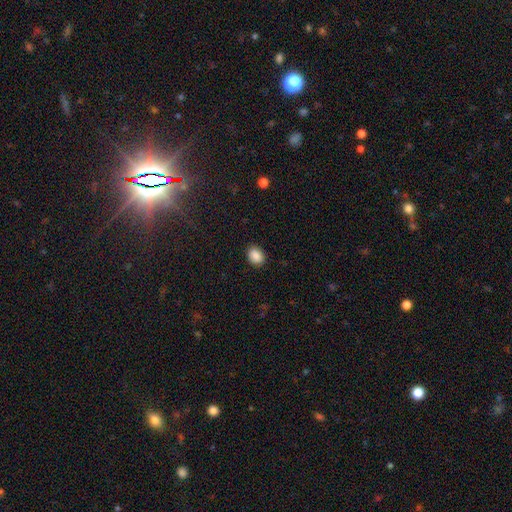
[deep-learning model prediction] smooth_or_featured: smooth (p=0.88) [alt: star or artifact p=0.08]
how_rounded: in between (p=0.61) [alt: round p=0.38]
merging: none (p=0.88) [alt: minor disturbance p=0.09]